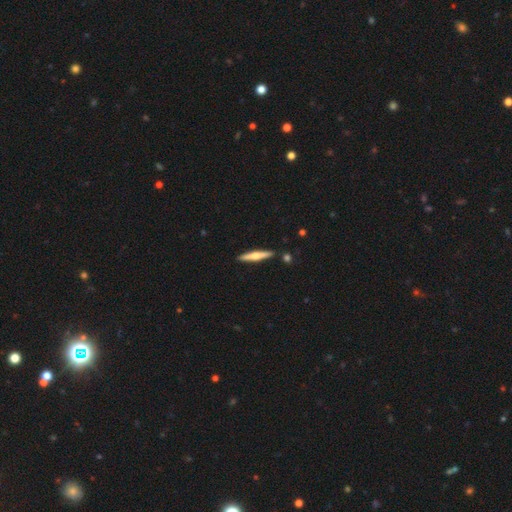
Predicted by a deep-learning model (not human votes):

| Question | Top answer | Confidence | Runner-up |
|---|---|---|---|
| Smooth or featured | featured or disk | 50% | smooth (45%) |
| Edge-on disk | yes | 97% | no (3%) |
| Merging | none | 90% | minor disturbance (6%) |